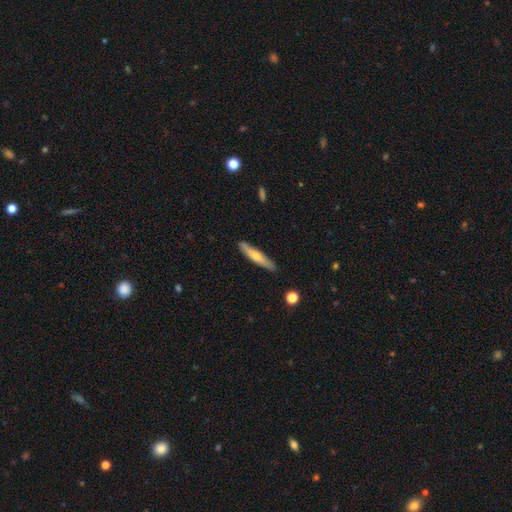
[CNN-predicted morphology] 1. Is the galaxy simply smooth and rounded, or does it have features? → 52% smooth, 43% featured or disk, 6% star or artifact.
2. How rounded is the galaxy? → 88% cigar-shaped, 10% in between, 2% round.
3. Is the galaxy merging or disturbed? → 88% none, 9% minor disturbance, 2% major disturbance, 1% merger.